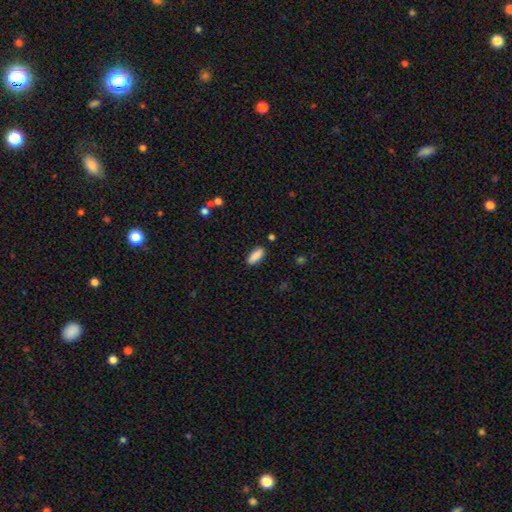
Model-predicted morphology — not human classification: This appears to be a smooth galaxy with no disk features (88%) that is in between round and cigar-shaped (73%). Merging: none (87%).